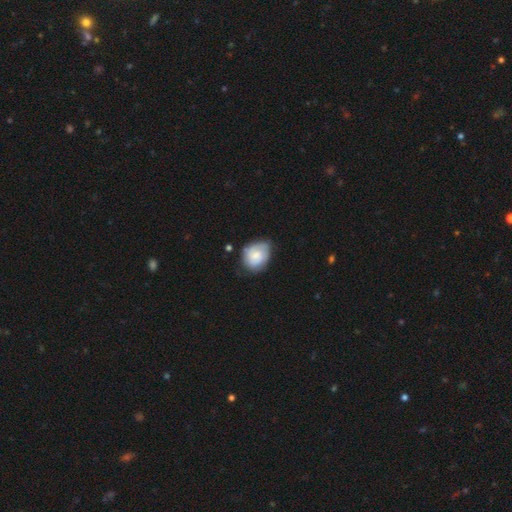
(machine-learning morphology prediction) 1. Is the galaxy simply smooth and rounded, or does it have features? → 52% featured or disk, 42% smooth, 7% star or artifact.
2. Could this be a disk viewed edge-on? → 97% no, 3% yes.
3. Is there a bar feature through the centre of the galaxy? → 62% no, 33% weak, 5% strong.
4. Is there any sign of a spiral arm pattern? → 84% yes, 16% no.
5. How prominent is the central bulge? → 46% small, 37% moderate, 10% none, 6% large, 1% dominant.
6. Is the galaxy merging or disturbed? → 62% none, 28% minor disturbance, 8% major disturbance, 2% merger.